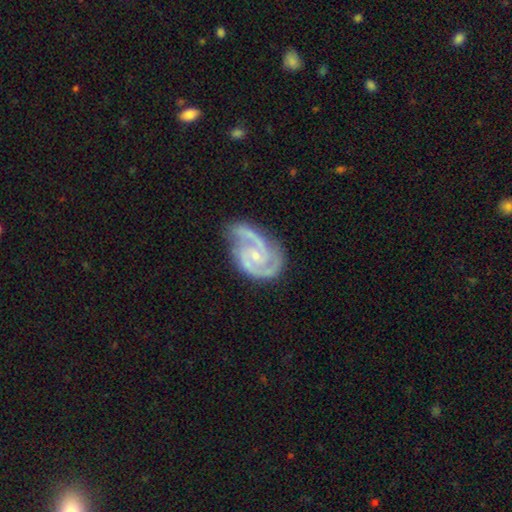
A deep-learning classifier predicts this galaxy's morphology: Smooth or featured? featured or disk (92%)
Edge-on disk? no (98%)
Bar? no (57%)
Spiral arms? yes (98%)
Spiral winding? medium (51%)
Spiral arm count? 2 (76%)
Bulge size? small (71%)
Merging? none (63%)